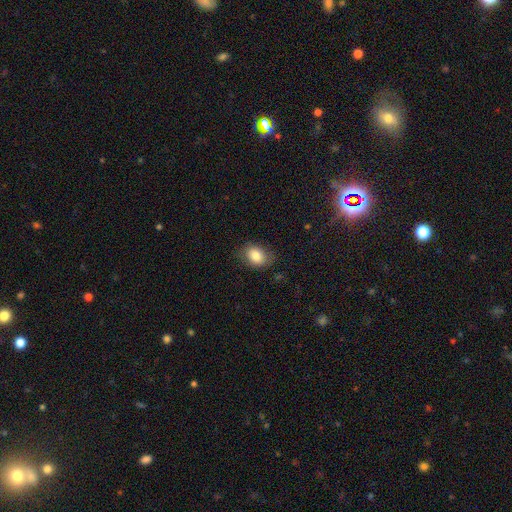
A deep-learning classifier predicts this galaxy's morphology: The model was most divided on "how rounded": in between: 72%, round: 27%, cigar-shaped: 1%. More confident: smooth or featured — smooth (83%); merging — none (76%).